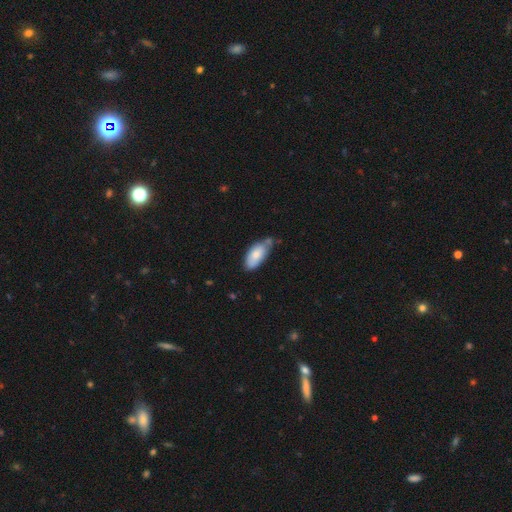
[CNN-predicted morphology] Smooth or featured? smooth (78%)
How rounded? in between (90%)
Merging? none (53%)